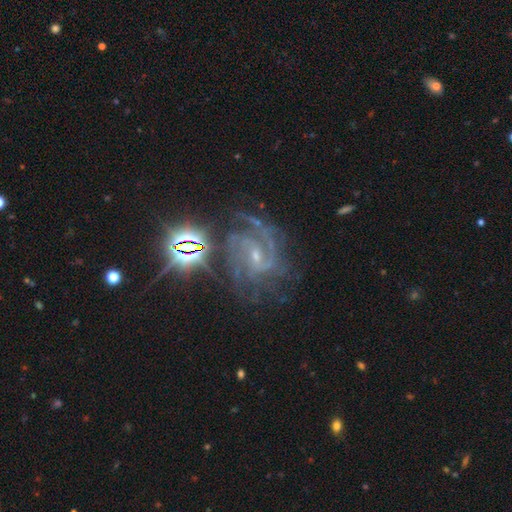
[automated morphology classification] Smooth or featured? featured or disk (82%)
Edge-on disk? no (97%)
Bar? weak (48%)
Spiral arms? yes (97%)
Spiral winding? medium (46%)
Spiral arm count? 2 (31%)
Bulge size? small (72%)
Merging? none (62%)